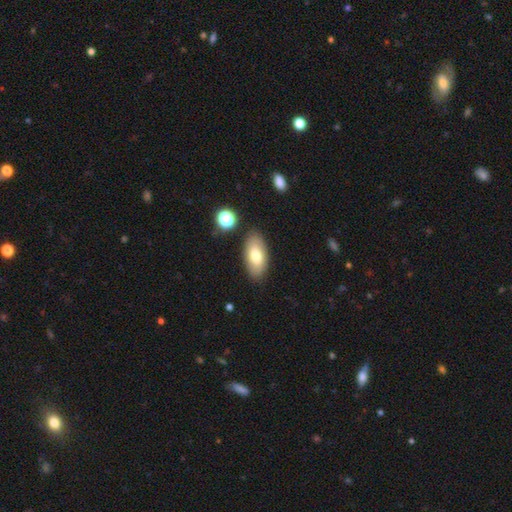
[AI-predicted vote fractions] Smooth or featured?
  - smooth: 76% *
  - featured or disk: 17%
  - star or artifact: 7%
How rounded?
  - in between: 91% *
  - cigar-shaped: 6%
  - round: 3%
Merging?
  - none: 84% *
  - minor disturbance: 10%
  - merger: 3%
  - major disturbance: 3%